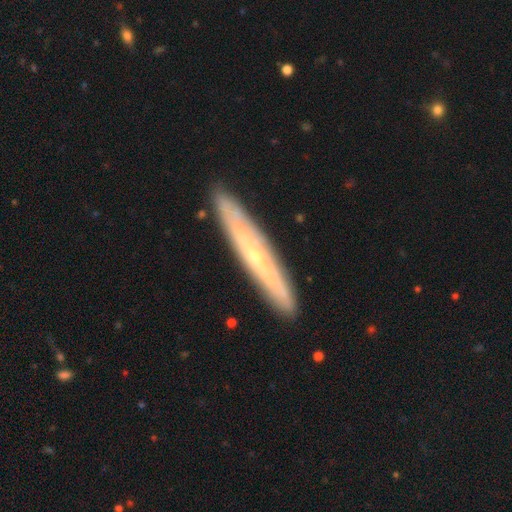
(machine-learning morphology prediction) Smooth or featured: featured or disk — 66% (smooth — 27%)
Edge-on disk: yes — 79% (no — 21%)
Edge-on bulge: rounded — 59% (none — 38%)
Merging: none — 89% (minor disturbance — 8%)